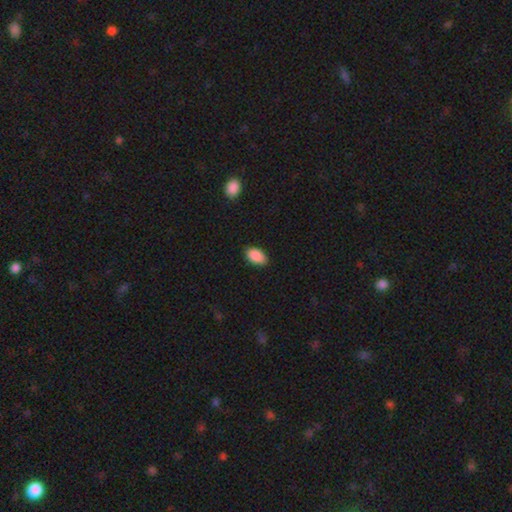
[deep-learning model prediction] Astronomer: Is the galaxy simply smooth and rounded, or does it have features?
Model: smooth — 90%.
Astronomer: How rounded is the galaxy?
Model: in between — 93%.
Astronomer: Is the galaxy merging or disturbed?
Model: none — 85%.